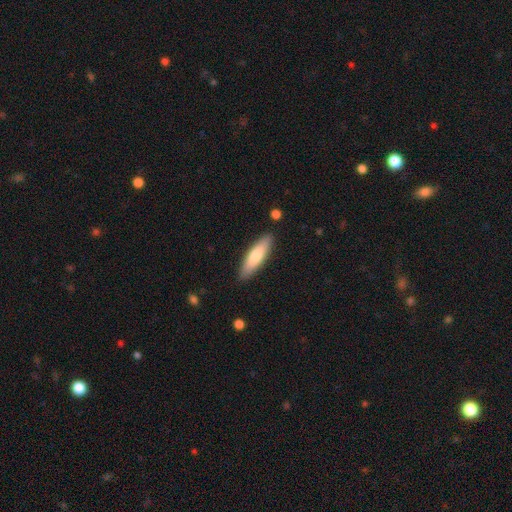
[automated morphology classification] type=smooth (72%); roundness=cigar-shaped (65%); merging=none (88%).